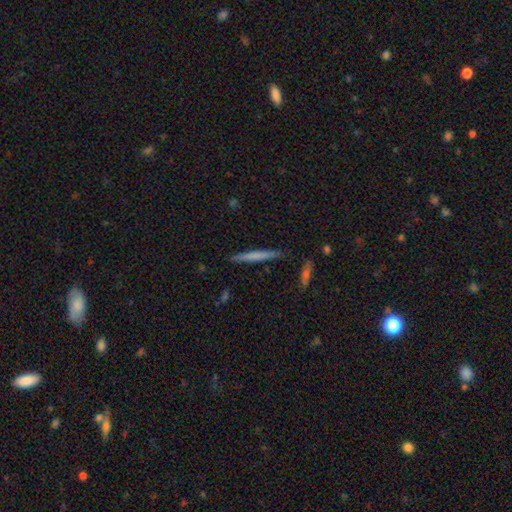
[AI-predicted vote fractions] Morphology: type=smooth (58%); roundness=cigar-shaped (96%); merging=none (90%).